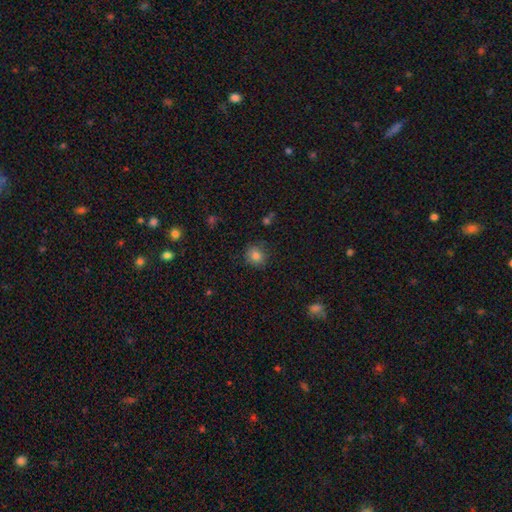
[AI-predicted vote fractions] Smooth or featured?
  - smooth: 83% *
  - star or artifact: 11%
  - featured or disk: 5%
How rounded?
  - round: 84% *
  - in between: 15%
  - cigar-shaped: 1%
Merging?
  - none: 82% *
  - minor disturbance: 13%
  - major disturbance: 3%
  - merger: 2%